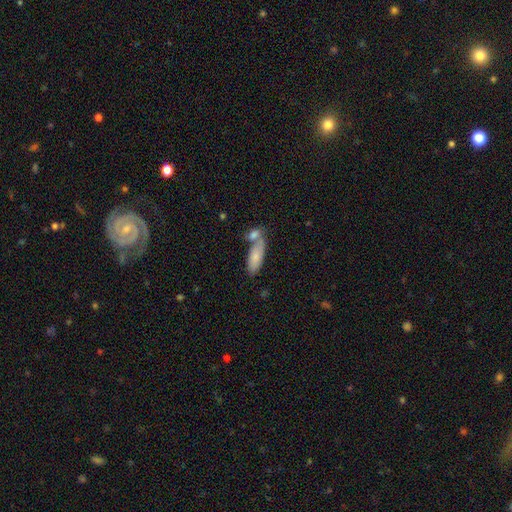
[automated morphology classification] The model was most divided on "merging": none: 47%, merger: 36%, minor disturbance: 13%, major disturbance: 4%. More confident: smooth or featured — smooth (78%); how rounded — in between (68%).